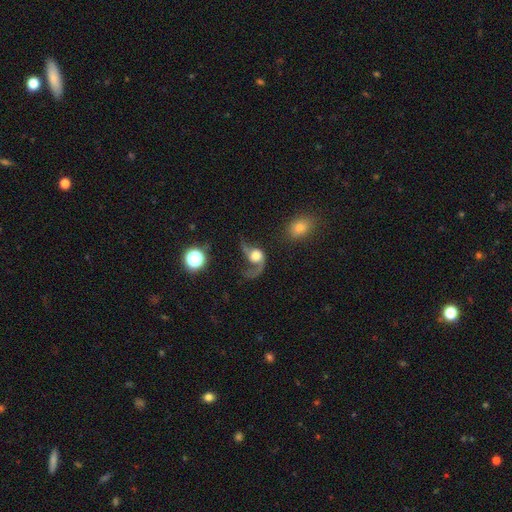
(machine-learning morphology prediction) featured or disk 74%, smooth 18%, star or artifact 8%. Down the decision tree: edge-on disk — no (97%); bar — no (74%); spiral arms — yes (92%); spiral arm count — 2 (62%); spiral winding — loose (79%); bulge size — large (41%); merging — major disturbance (46%).